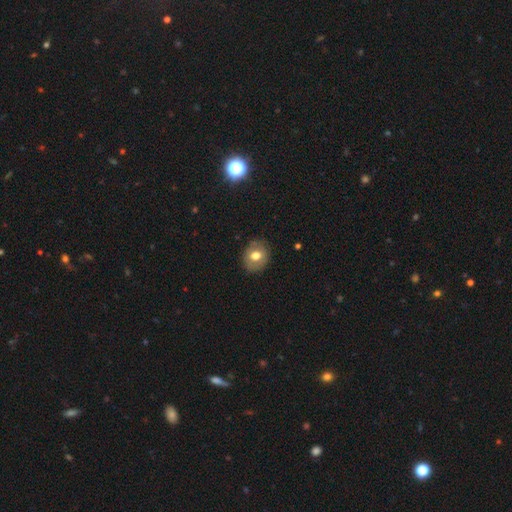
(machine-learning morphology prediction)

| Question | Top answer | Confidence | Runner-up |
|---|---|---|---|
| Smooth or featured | smooth | 68% | featured or disk (23%) |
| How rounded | round | 62% | in between (37%) |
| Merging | none | 84% | minor disturbance (12%) |